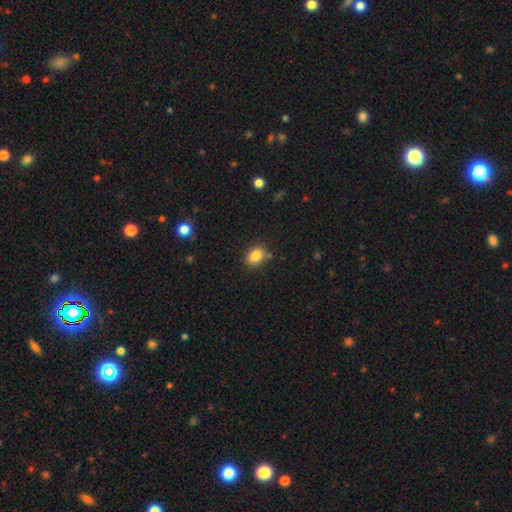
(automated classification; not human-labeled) Smooth or featured: smooth — 85% (star or artifact — 10%)
How rounded: in between — 64% (round — 34%)
Merging: none — 81% (minor disturbance — 12%)